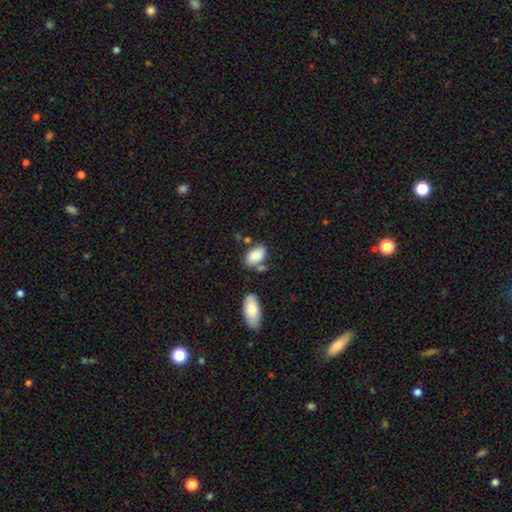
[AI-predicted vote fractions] Smooth or featured? Predicted: smooth (p=0.87). How rounded? Predicted: in between (p=0.93). Merging? Predicted: none (p=0.61).